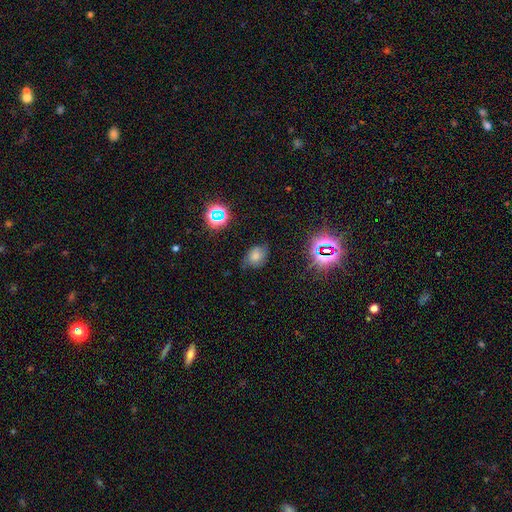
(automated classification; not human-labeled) A smooth galaxy with no disk features (64%) that is in between round and cigar-shaped (63%).

Vote fractions:
- Smooth or featured? smooth: 64% / star or artifact: 22% / featured or disk: 14%
- How rounded? in between: 63% / round: 36% / cigar-shaped: 1%
- Merging? none: 65% / minor disturbance: 27% / major disturbance: 7% / merger: 2%